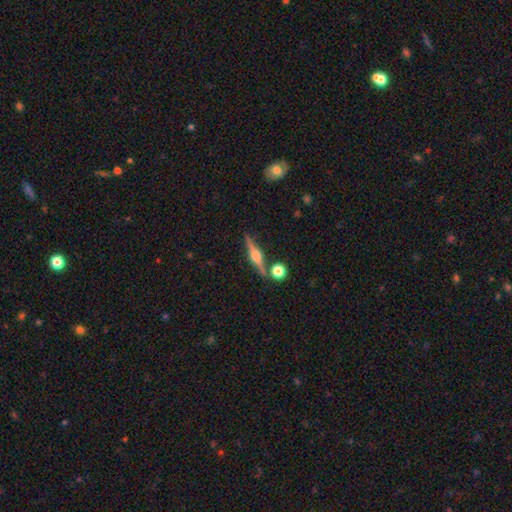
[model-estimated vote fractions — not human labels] Smooth or featured?
  - featured or disk: 79% *
  - smooth: 14%
  - star or artifact: 8%
Edge-on disk?
  - yes: 97% *
  - no: 3%
Edge-on bulge?
  - rounded: 90% *
  - boxy: 7%
  - none: 2%
Merging?
  - none: 84% *
  - minor disturbance: 8%
  - merger: 6%
  - major disturbance: 2%